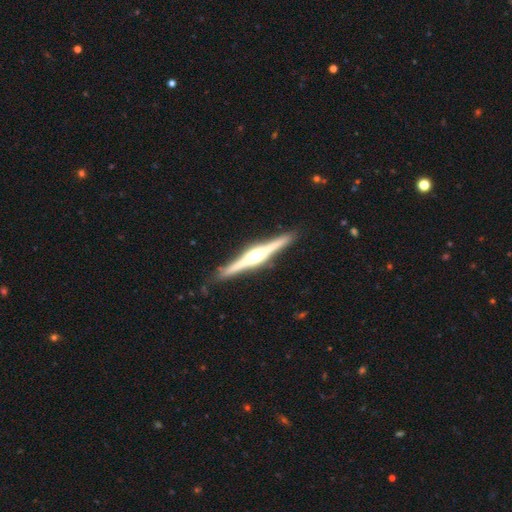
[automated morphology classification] smooth_or_featured: featured or disk (p=0.86) [alt: smooth p=0.10]
disk_edge_on: yes (p=0.99) [alt: no p=0.01]
edge_on_bulge: rounded (p=0.91) [alt: boxy p=0.07]
merging: none (p=0.90) [alt: minor disturbance p=0.08]